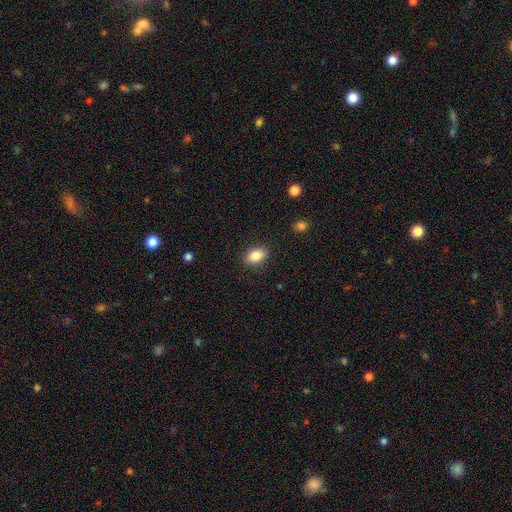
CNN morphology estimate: smooth 84%, star or artifact 8%, featured or disk 8%. Down the decision tree: how rounded — in between (84%); merging — none (87%).